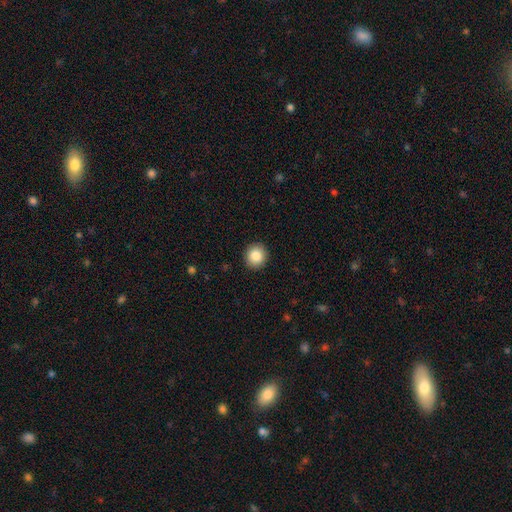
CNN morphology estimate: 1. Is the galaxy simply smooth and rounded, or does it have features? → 86% smooth, 9% star or artifact, 5% featured or disk.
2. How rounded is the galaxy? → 89% round, 10% in between, 1% cigar-shaped.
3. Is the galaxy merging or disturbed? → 92% none, 5% minor disturbance, 2% major disturbance, 1% merger.